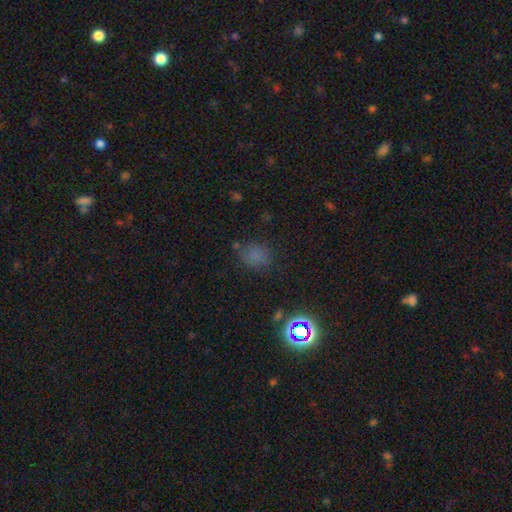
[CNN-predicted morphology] The model was most divided on "how rounded": round: 57%, in between: 42%, cigar-shaped: 1%. More confident: merging — none (72%); smooth or featured — smooth (65%).